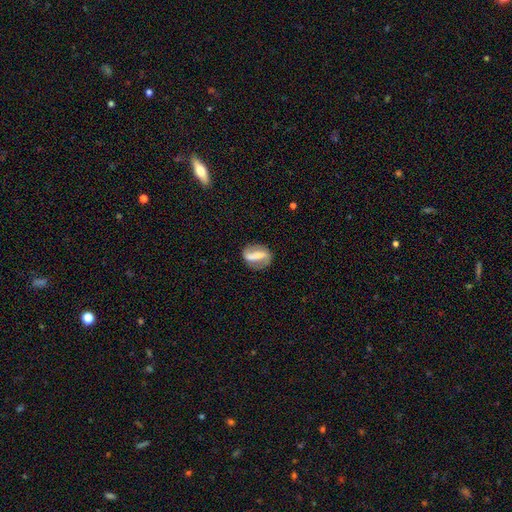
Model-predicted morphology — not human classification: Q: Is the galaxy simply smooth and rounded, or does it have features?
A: featured or disk — 68%.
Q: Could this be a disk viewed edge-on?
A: no — 94%.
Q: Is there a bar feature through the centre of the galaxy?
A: strong — 68%.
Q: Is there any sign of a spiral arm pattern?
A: yes — 78%.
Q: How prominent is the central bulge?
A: small — 31%, tied with moderate.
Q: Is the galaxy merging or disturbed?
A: none — 77%.